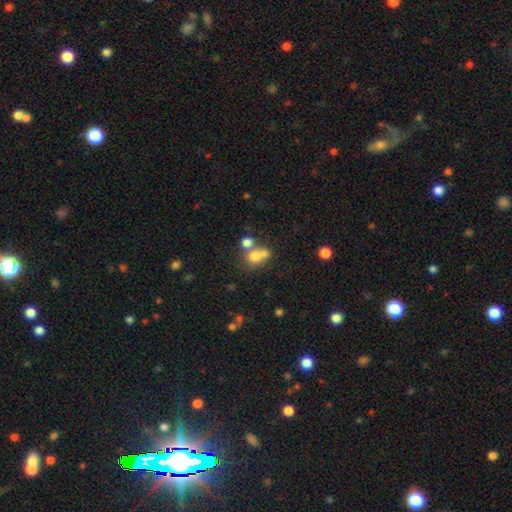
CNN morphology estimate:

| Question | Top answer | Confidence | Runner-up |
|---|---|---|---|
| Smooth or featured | smooth | 69% | featured or disk (16%) |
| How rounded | round | 72% | in between (26%) |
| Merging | merger | 48% | none (38%) |